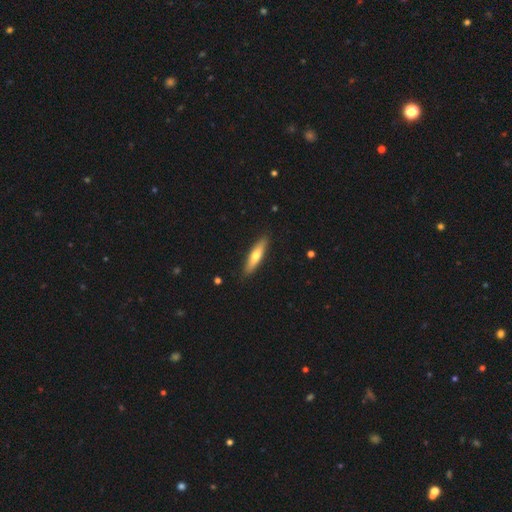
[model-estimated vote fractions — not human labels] Morphology: type=smooth (59%); roundness=cigar-shaped (76%); merging=none (89%).